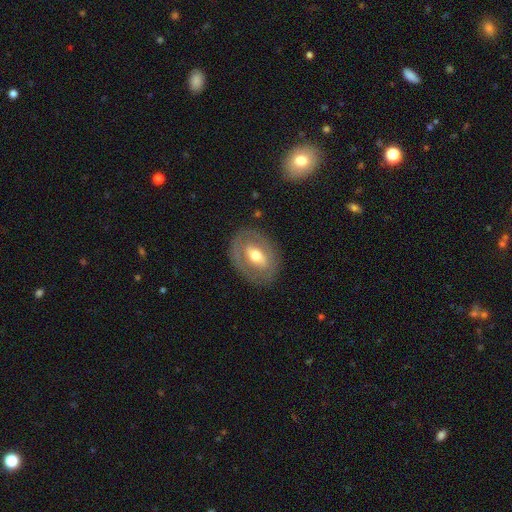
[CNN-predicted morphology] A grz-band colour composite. It shows a featured or disk galaxy (55%). Merging: none (81%).